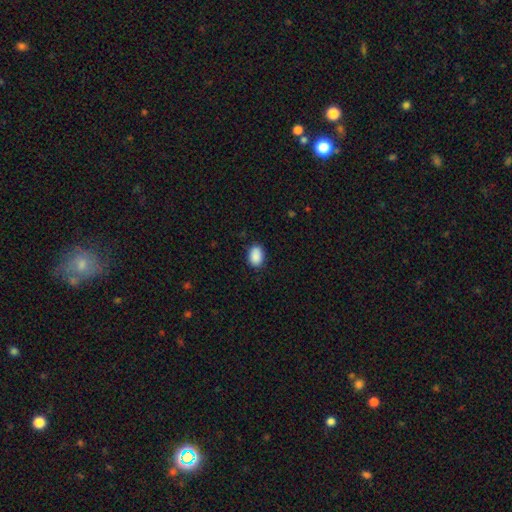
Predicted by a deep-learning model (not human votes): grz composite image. It shows a smooth galaxy with no disk features (90%) that is in between round and cigar-shaped (84%). Merging: none (84%).